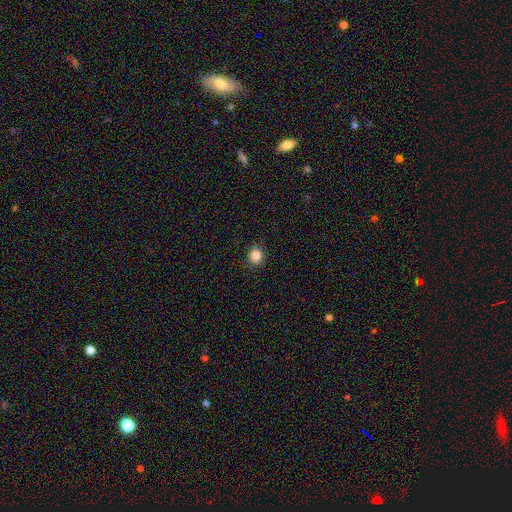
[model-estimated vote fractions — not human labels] Q: Smooth or featured?
A: smooth (85%); runner-up: star or artifact (11%)
Q: How rounded?
A: round (77%); runner-up: in between (22%)
Q: Merging?
A: none (88%); runner-up: minor disturbance (9%)